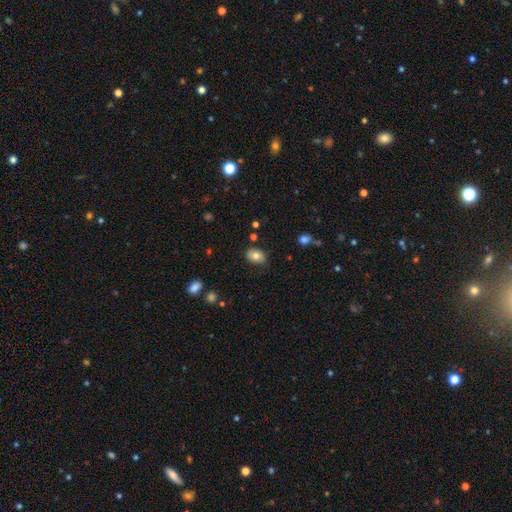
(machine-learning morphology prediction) A smooth galaxy with no disk features (77%) that is in between round and cigar-shaped (74%). Merging: none (80%).